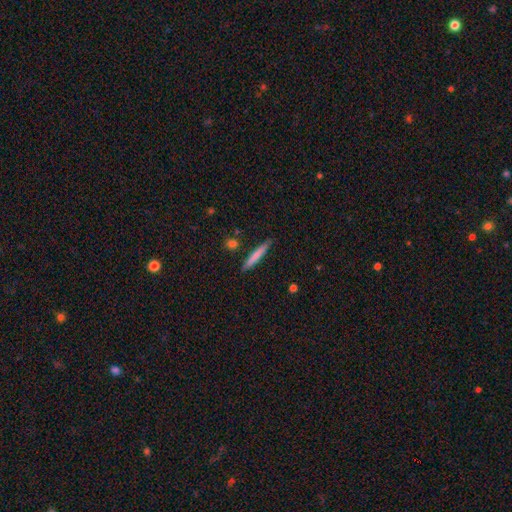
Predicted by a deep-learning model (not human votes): smooth 72%, featured or disk 22%, star or artifact 6%. Down the decision tree: how rounded — cigar-shaped (95%); merging — none (87%).